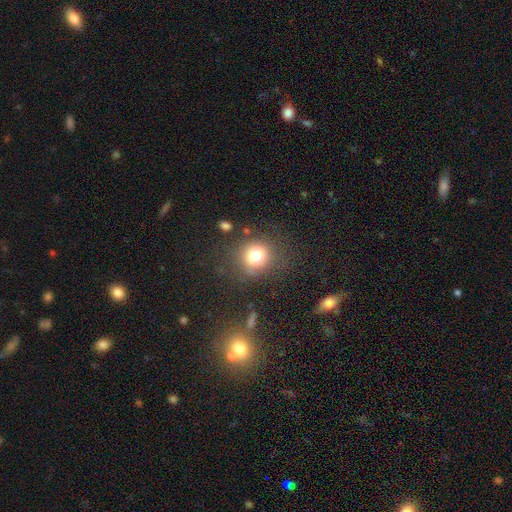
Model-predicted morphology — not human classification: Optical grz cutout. It shows a smooth galaxy with no disk features (77%) that is round (86%). Merging: none (79%).